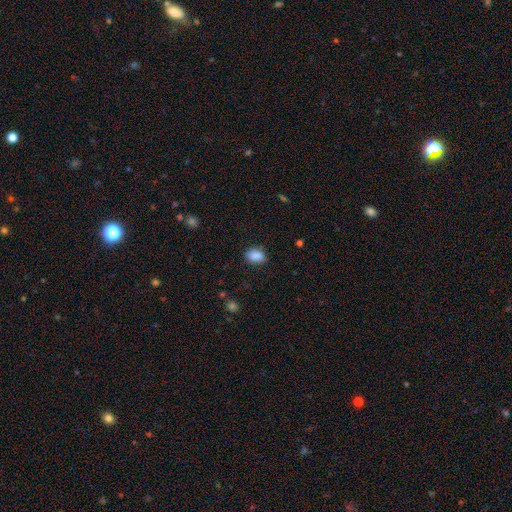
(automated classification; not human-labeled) Smooth or featured? smooth (87%)
How rounded? in between (80%)
Merging? none (78%)